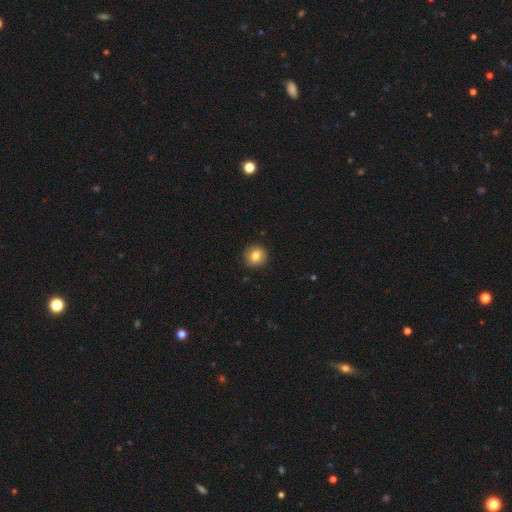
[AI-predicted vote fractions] smooth_or_featured: smooth (p=0.81) [alt: featured or disk p=0.10]
how_rounded: round (p=0.93) [alt: in between p=0.06]
merging: none (p=0.90) [alt: minor disturbance p=0.07]